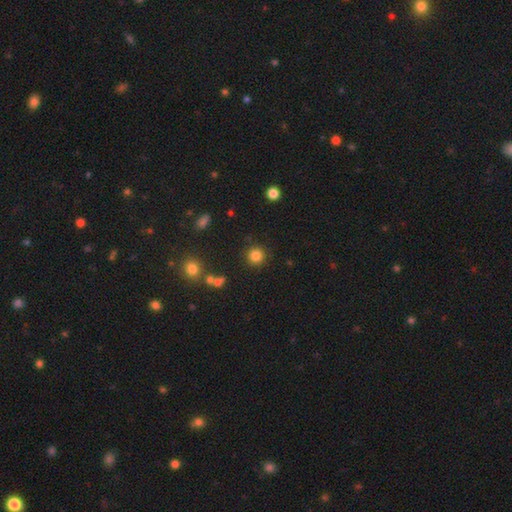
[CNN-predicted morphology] Q: Smooth or featured?
A: smooth (83%); runner-up: star or artifact (12%)
Q: How rounded?
A: round (94%); runner-up: in between (5%)
Q: Merging?
A: none (89%); runner-up: minor disturbance (6%)